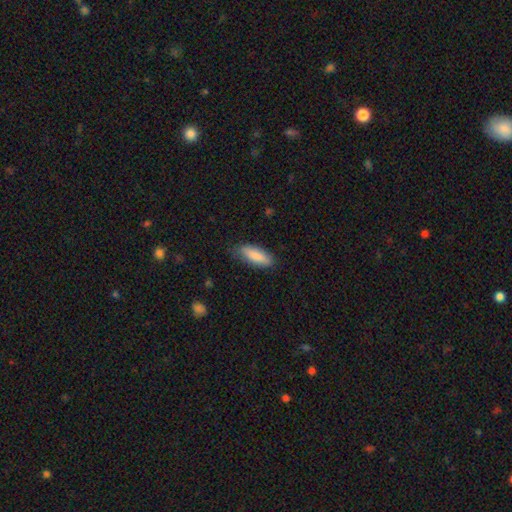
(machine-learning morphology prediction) smooth-or-featured: smooth: 86% | featured or disk: 8% | star or artifact: 6%
  how-rounded: in between: 61% | cigar-shaped: 37% | round: 2%
  merging: none: 78% | minor disturbance: 17% | major disturbance: 3% | merger: 1%